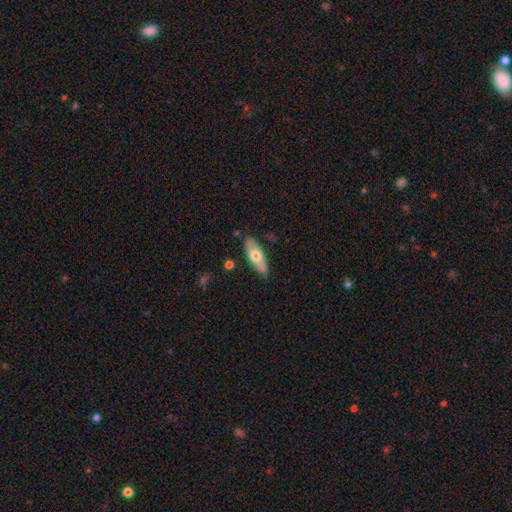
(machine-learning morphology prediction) A smooth galaxy with no disk features (60%) that is in between round and cigar-shaped (70%).

Vote fractions:
- Smooth or featured? smooth: 60% / featured or disk: 35% / star or artifact: 6%
- How rounded? in between: 70% / cigar-shaped: 28% / round: 3%
- Merging? none: 82% / minor disturbance: 14% / major disturbance: 2% / merger: 2%